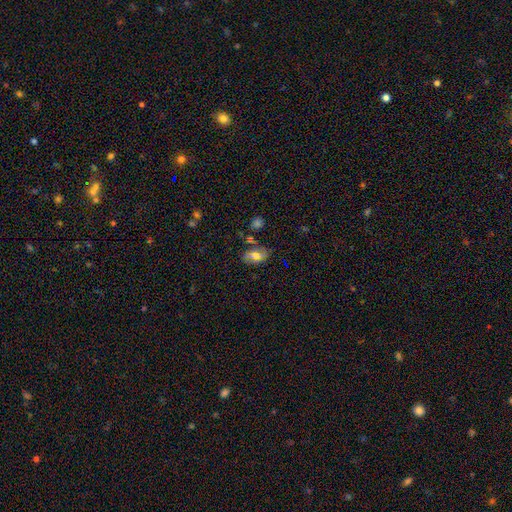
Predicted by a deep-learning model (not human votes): This appears to be a smooth galaxy with no disk features (55%) that is in between round and cigar-shaped (84%). Merging: none (74%).